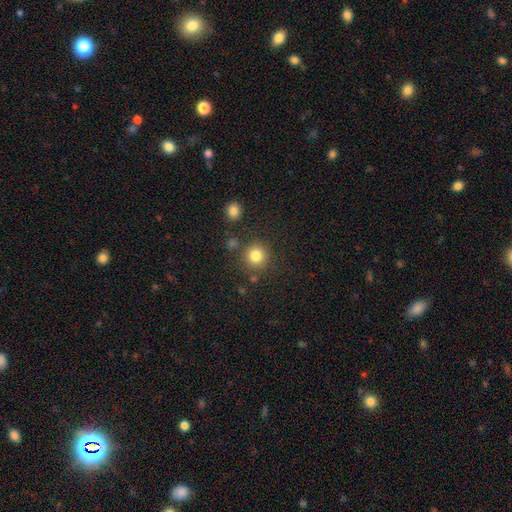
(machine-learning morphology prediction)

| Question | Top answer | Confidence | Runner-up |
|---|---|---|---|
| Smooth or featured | smooth | 83% | star or artifact (11%) |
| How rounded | round | 92% | in between (7%) |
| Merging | none | 83% | minor disturbance (8%) |